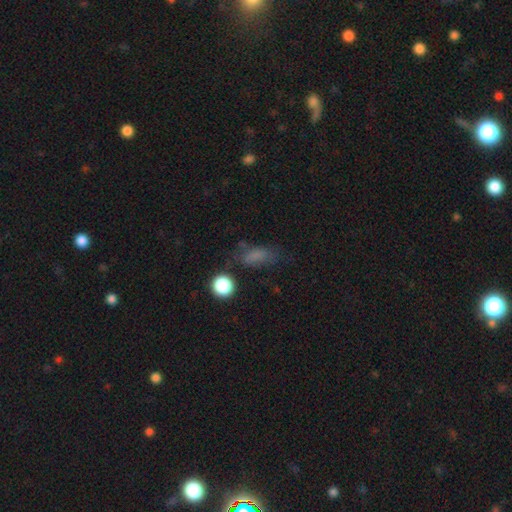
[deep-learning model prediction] Overall: smooth (71%). How rounded: in between (73%). Merging: none (56%; minor disturbance 25%).